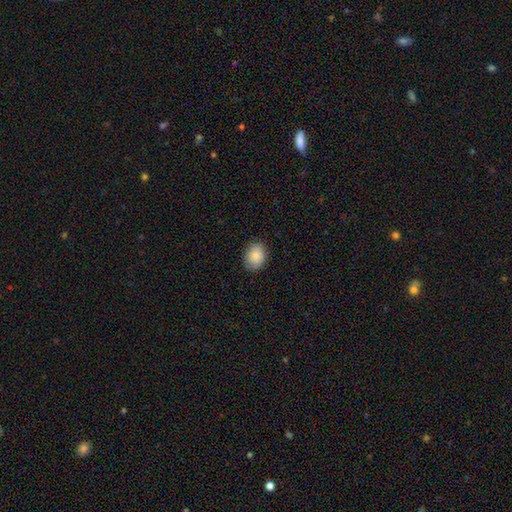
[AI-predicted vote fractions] Smooth or featured? Predicted: smooth (p=0.81). How rounded? Predicted: in between (p=0.59). Merging? Predicted: none (p=0.81).